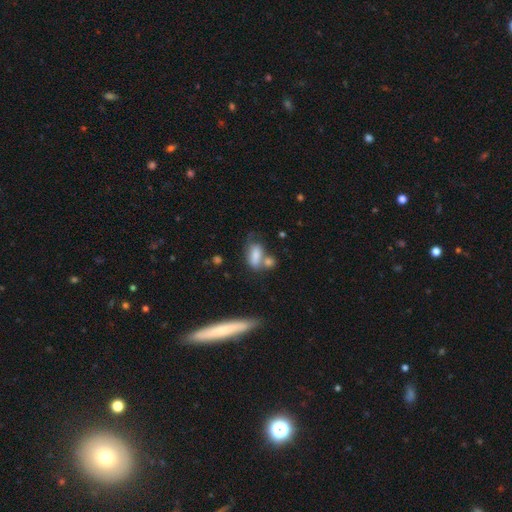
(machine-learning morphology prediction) Smooth or featured? smooth (74%)
How rounded? in between (83%)
Merging? merger (38%)